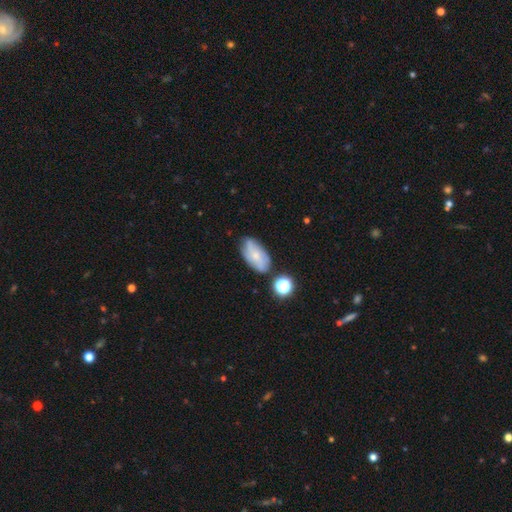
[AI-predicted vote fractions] Smooth or featured?
  - featured or disk: 47% *
  - smooth: 44%
  - star or artifact: 10%
Merging?
  - none: 65% *
  - minor disturbance: 23%
  - major disturbance: 7%
  - merger: 6%